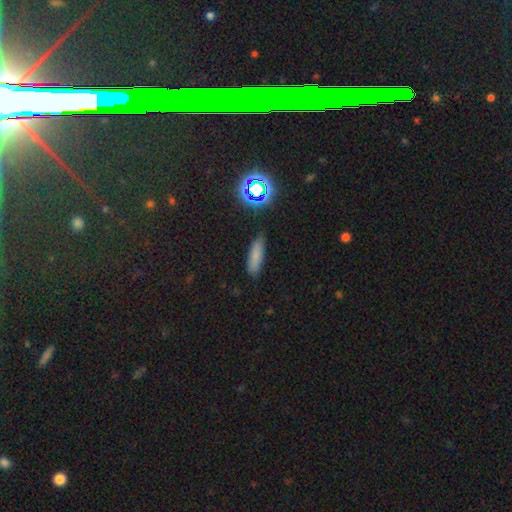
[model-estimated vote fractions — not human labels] This is likely a smooth galaxy (75%). How rounded: possibly cigar-shaped (58%). Merging: clearly none (84%).